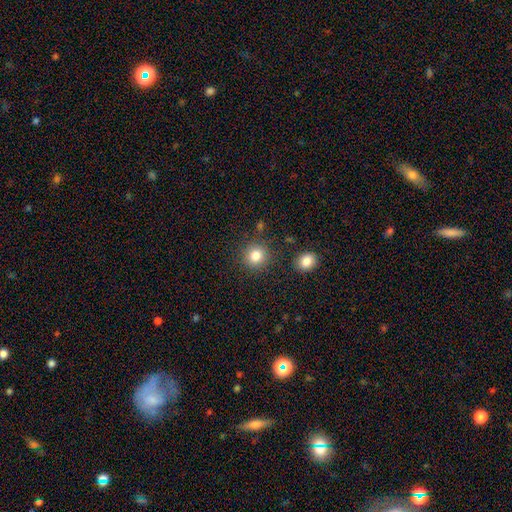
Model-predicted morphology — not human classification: type=smooth (83%); roundness=round (91%); merging=none (86%).